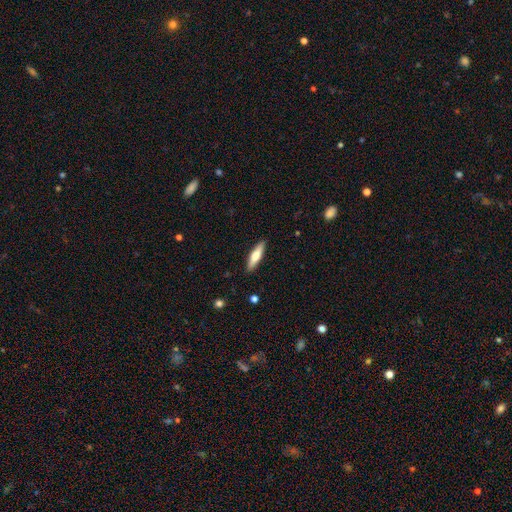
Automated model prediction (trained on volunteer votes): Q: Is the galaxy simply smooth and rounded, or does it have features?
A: smooth — 56%.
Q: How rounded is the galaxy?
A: cigar-shaped — 72%.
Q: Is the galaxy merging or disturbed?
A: none — 90%.